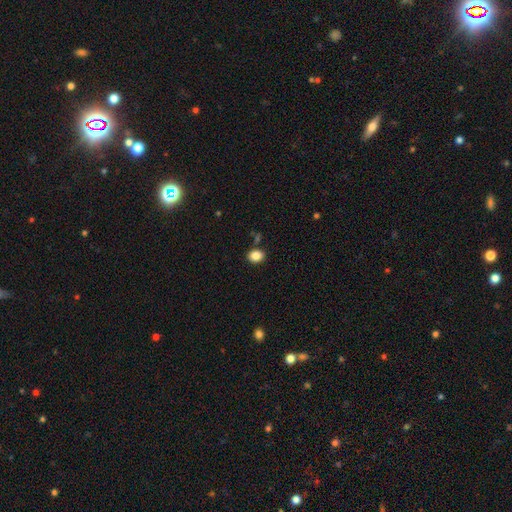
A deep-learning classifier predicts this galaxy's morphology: Smooth or featured: smooth — 87% (star or artifact — 10%)
How rounded: in between — 51% (round — 48%)
Merging: none — 84% (minor disturbance — 9%)